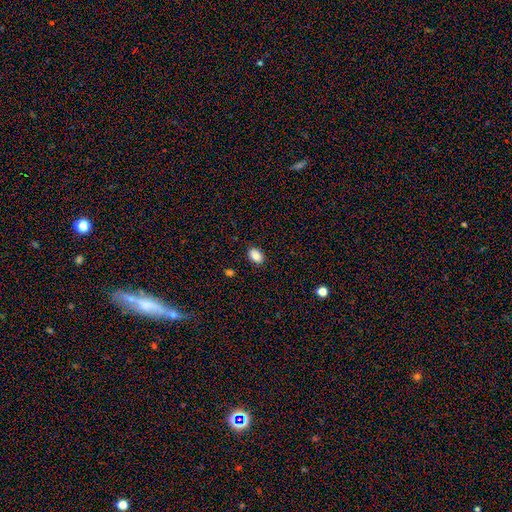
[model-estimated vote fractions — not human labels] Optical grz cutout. It shows a smooth galaxy with no disk features (88%) that is in between round and cigar-shaped (85%). Merging: none (87%).